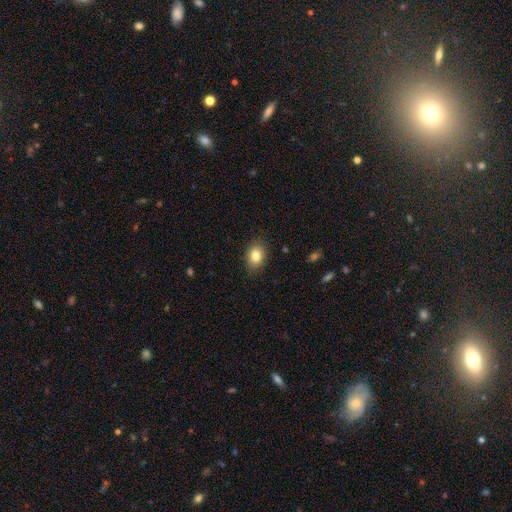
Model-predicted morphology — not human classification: smooth_or_featured: smooth (p=0.83) [alt: star or artifact p=0.09]
how_rounded: in between (p=0.73) [alt: round p=0.26]
merging: none (p=0.86) [alt: minor disturbance p=0.10]